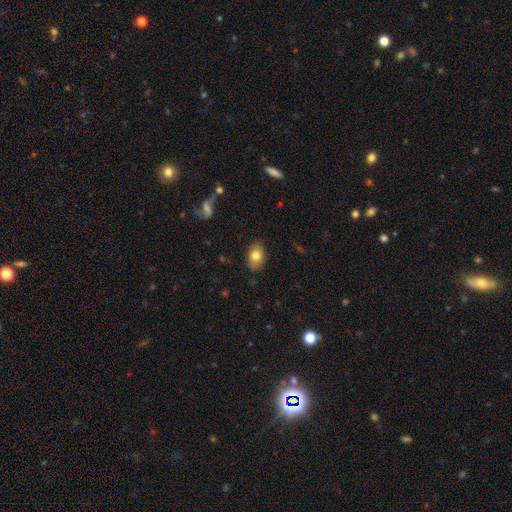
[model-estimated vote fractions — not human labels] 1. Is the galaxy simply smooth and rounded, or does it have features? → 79% smooth, 13% featured or disk, 8% star or artifact.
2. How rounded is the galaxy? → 83% in between, 16% round, 1% cigar-shaped.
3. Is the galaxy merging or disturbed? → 86% none, 11% minor disturbance, 2% major disturbance, 1% merger.